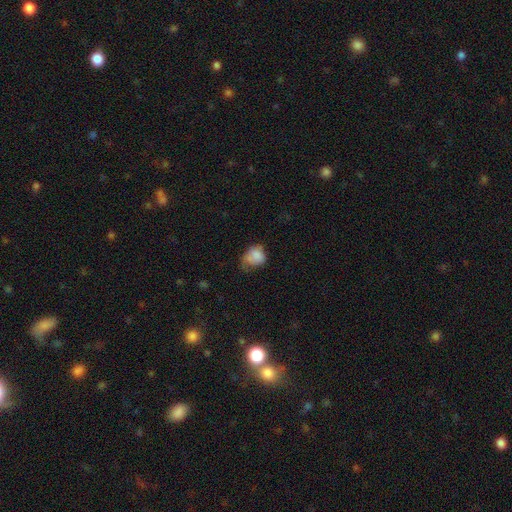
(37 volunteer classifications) Smooth or featured? smooth (78%)
How rounded? in between (66%)
Merging? major disturbance (40%)